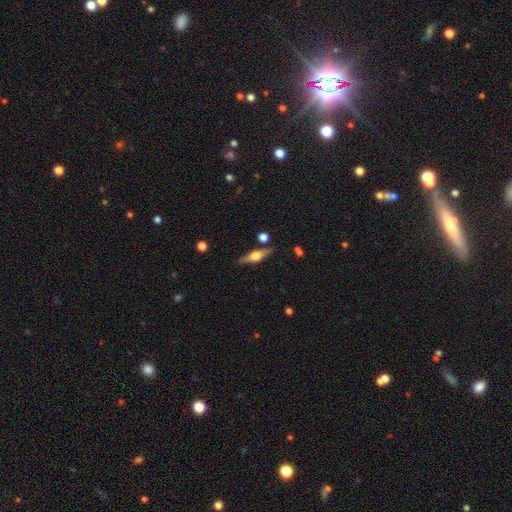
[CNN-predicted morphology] Smooth or featured? featured or disk (69%)
Edge-on disk? yes (96%)
Edge-on bulge? rounded (92%)
Merging? none (84%)